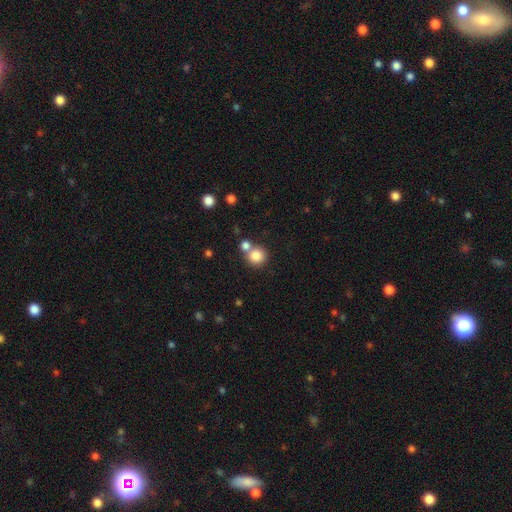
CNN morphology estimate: smooth 82%, star or artifact 11%, featured or disk 7%. Down the decision tree: how rounded — round (92%); merging — none (60%).